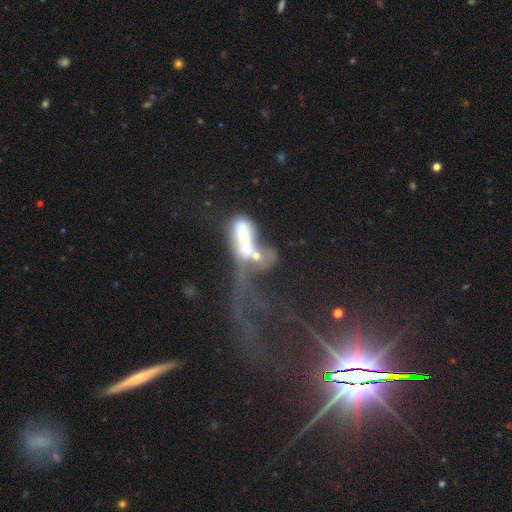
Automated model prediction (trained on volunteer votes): Morphology: type=featured or disk (50%); merging=merger (69%).